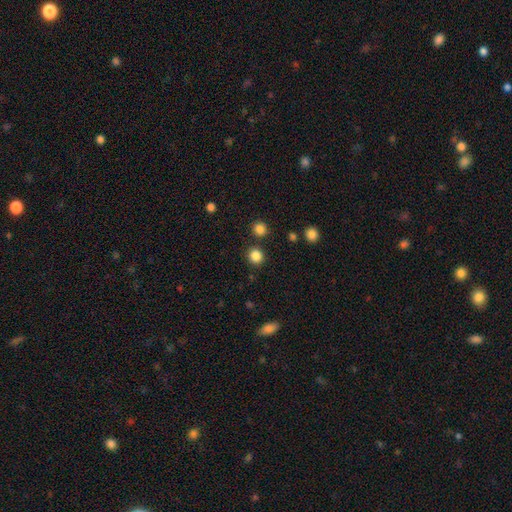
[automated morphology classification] Smooth or featured?
  - smooth: 85% *
  - star or artifact: 12%
  - featured or disk: 3%
How rounded?
  - round: 88% *
  - in between: 11%
  - cigar-shaped: 1%
Merging?
  - none: 86% *
  - minor disturbance: 6%
  - merger: 5%
  - major disturbance: 3%